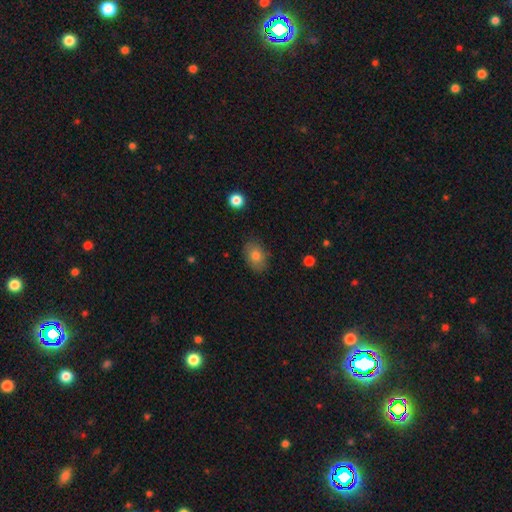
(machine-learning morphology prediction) The model was most divided on "how rounded": in between: 79%, round: 20%, cigar-shaped: 1%. More confident: merging — none (83%); smooth or featured — smooth (78%).